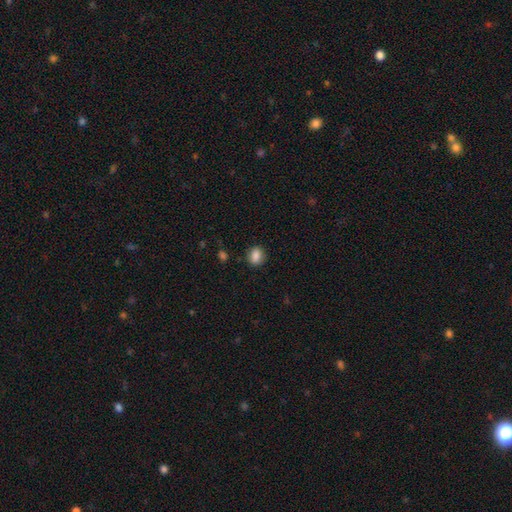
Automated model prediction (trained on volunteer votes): Morphology: type=smooth (86%); roundness=round (51%); merging=none (86%).